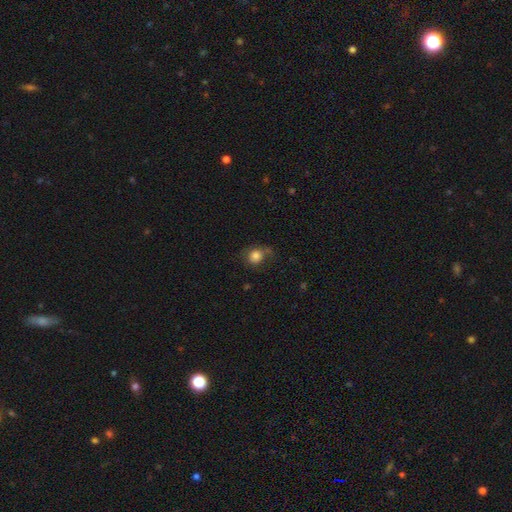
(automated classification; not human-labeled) Morphology: type=smooth (80%); roundness=round (73%); merging=none (55%).